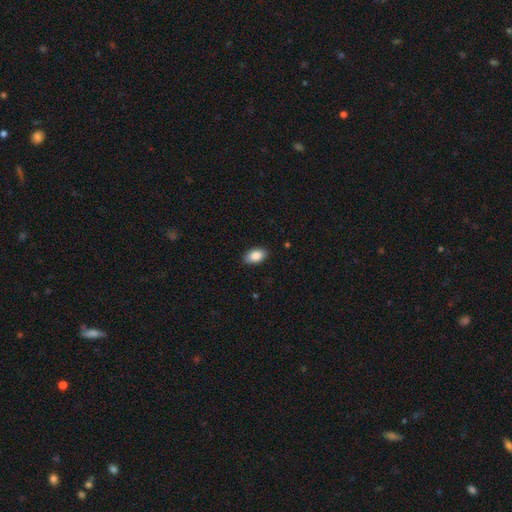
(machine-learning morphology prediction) smooth 87%, star or artifact 7%, featured or disk 6%. Down the decision tree: how rounded — in between (93%); merging — none (88%).